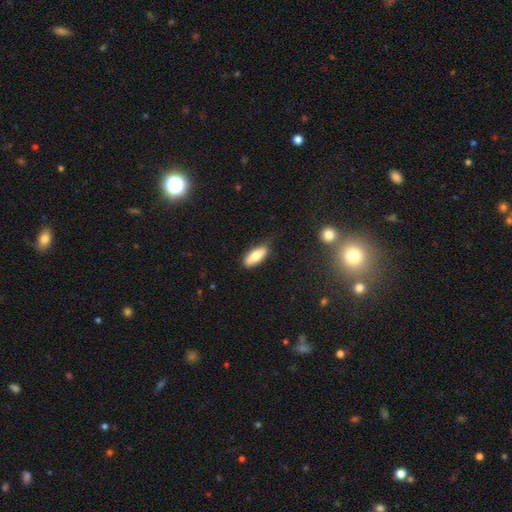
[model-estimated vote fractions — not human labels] Morphology: type=smooth (74%); roundness=in between (75%); merging=none (74%).